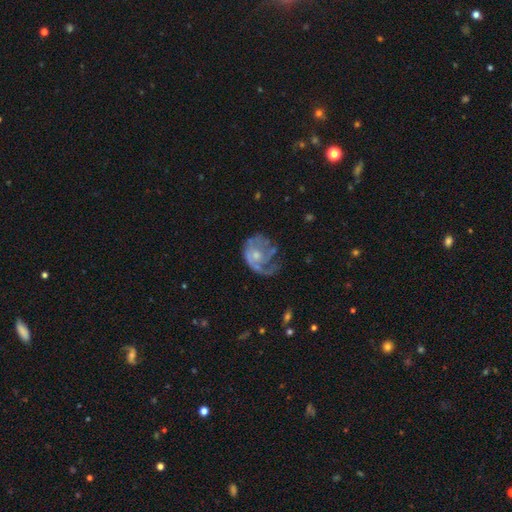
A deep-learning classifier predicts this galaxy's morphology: featured or disk 72%, smooth 21%, star or artifact 7%. Down the decision tree: edge-on disk — no (98%); bar — no (79%); spiral arms — yes (72%); spiral arm count — 1 (50%); spiral winding — tight (36%); bulge size — small (48%); merging — major disturbance (39%).